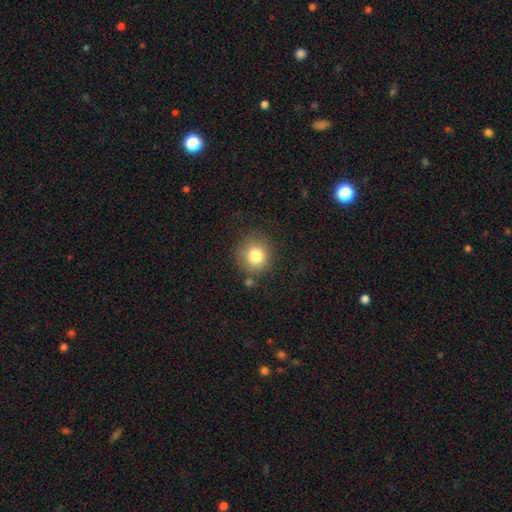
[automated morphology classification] A smooth galaxy with no disk features (81%) that is round (89%).

Vote fractions:
- Smooth or featured? smooth: 81% / star or artifact: 11% / featured or disk: 8%
- How rounded? round: 89% / in between: 10% / cigar-shaped: 1%
- Merging? none: 81% / minor disturbance: 10% / merger: 4% / major disturbance: 4%